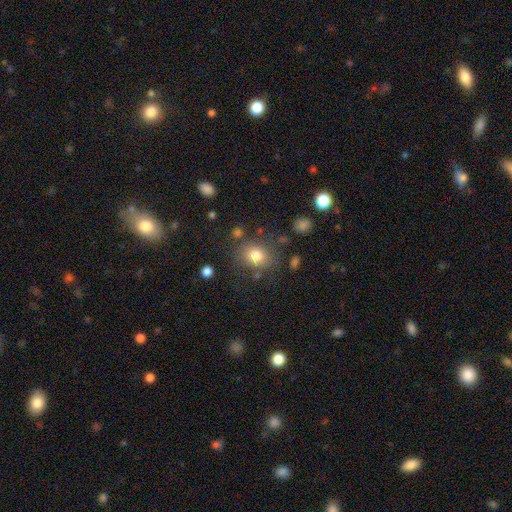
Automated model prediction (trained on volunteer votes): Overall: smooth (80%). How rounded: round (60%; in between 39%). Merging: none (75%).